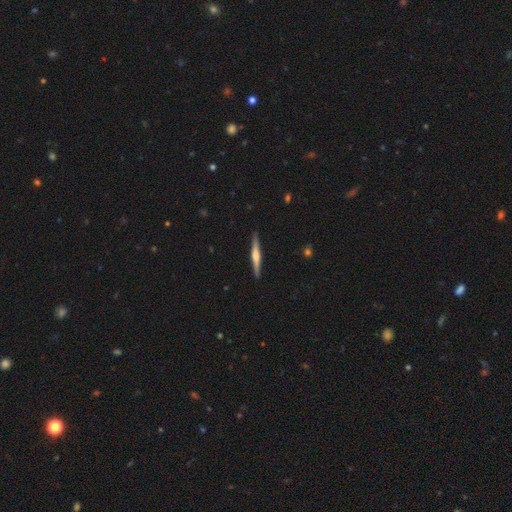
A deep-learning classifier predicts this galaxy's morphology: Smooth or featured? Predicted: featured or disk (p=0.64). Edge-on disk? Predicted: yes (p=0.98). Edge-on bulge? Predicted: rounded (p=0.75). Merging? Predicted: none (p=0.91).